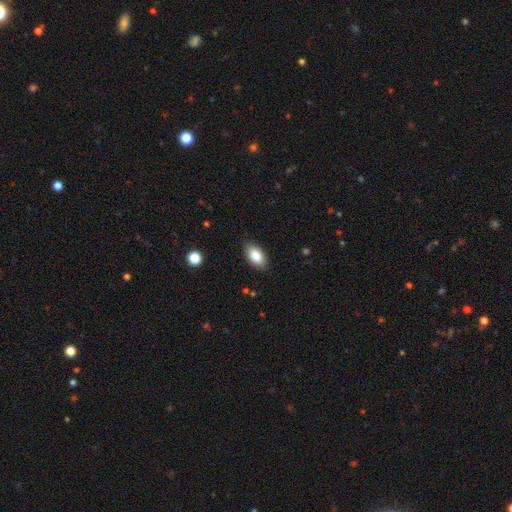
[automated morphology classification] This is clearly a smooth galaxy (85%). How rounded: clearly in between (93%). Merging: clearly none (87%).